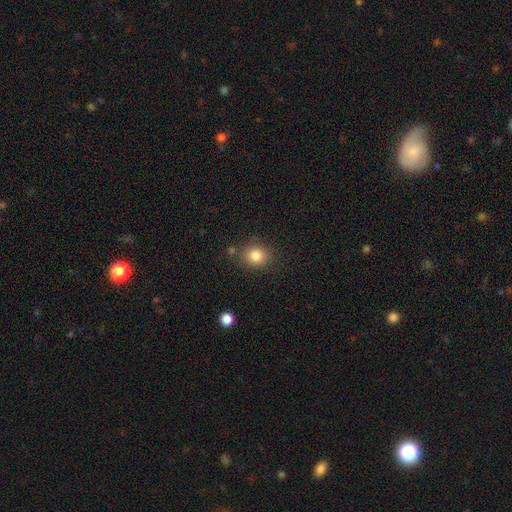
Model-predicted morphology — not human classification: Smooth or featured: smooth — 84% (star or artifact — 10%)
How rounded: round — 78% (in between — 21%)
Merging: none — 80% (minor disturbance — 12%)